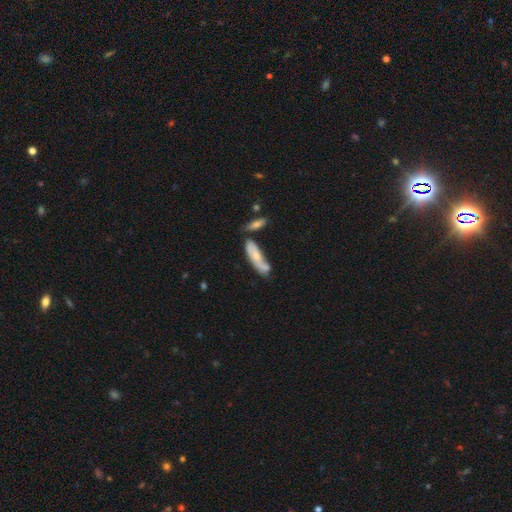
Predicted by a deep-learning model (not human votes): Smooth or featured? smooth (53%)
How rounded? cigar-shaped (54%)
Merging? none (46%)